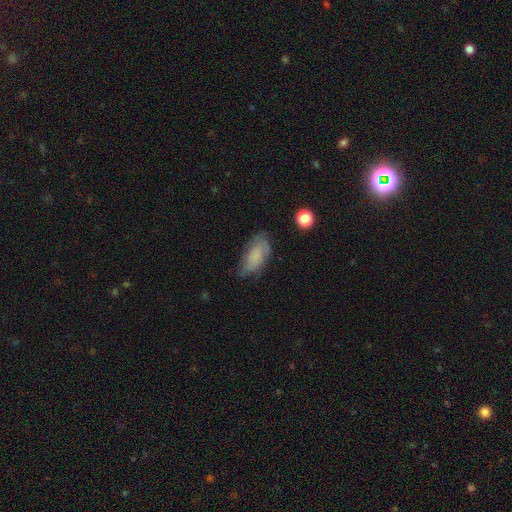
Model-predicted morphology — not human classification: type=smooth (68%); roundness=in between (90%); merging=none (58%).